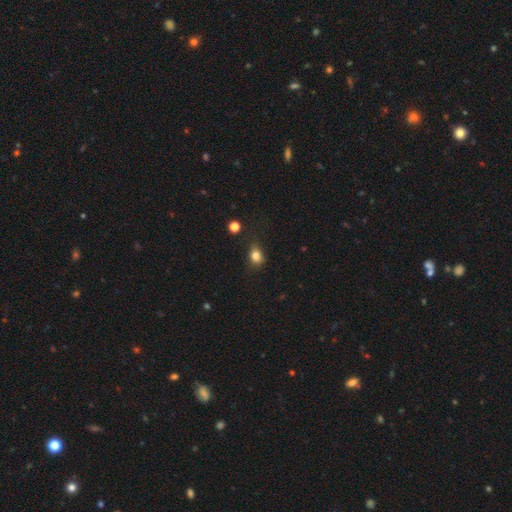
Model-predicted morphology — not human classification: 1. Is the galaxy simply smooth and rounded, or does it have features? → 81% smooth, 12% star or artifact, 7% featured or disk.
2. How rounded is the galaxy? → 55% in between, 44% round, 2% cigar-shaped.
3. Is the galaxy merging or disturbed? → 69% none, 22% minor disturbance, 7% major disturbance, 2% merger.